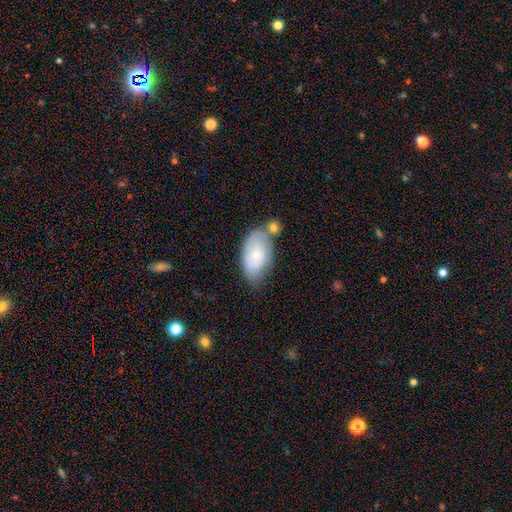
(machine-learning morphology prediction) A smooth galaxy with no disk features (61%) that is in between round and cigar-shaped (93%). Merging: none (49%).